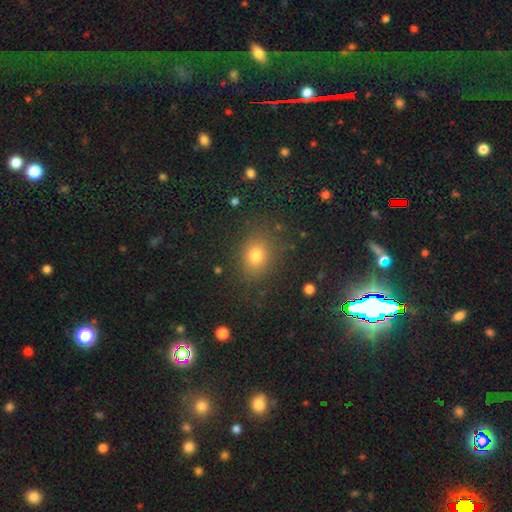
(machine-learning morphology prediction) smooth_or_featured: smooth (p=0.75) [alt: star or artifact p=0.17]
how_rounded: round (p=0.50) [alt: in between p=0.48]
merging: none (p=0.83) [alt: minor disturbance p=0.11]